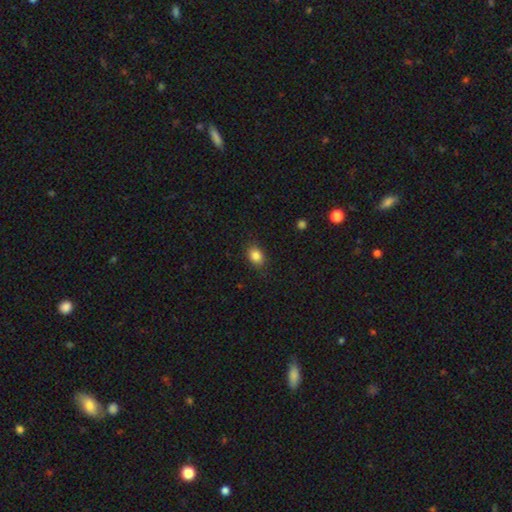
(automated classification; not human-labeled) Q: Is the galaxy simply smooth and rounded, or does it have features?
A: smooth — 85%.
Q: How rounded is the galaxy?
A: in between — 67%.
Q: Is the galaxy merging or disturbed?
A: none — 86%.